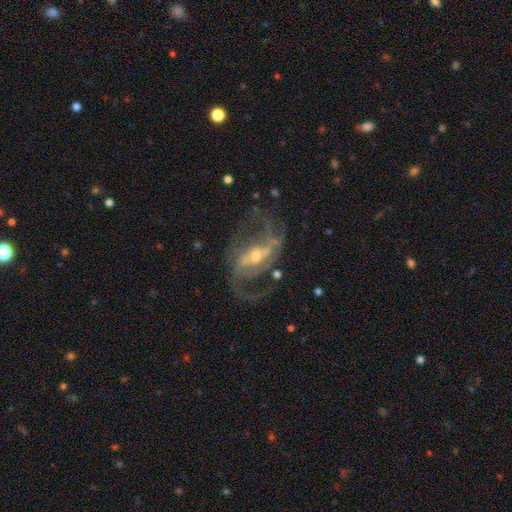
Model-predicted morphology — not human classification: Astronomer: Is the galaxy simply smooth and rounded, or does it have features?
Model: featured or disk — 89%.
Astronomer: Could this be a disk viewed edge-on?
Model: no — 96%.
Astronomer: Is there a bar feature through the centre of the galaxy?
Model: strong — 45% (runner-up: weak, 35%).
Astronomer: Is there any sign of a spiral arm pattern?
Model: yes — 94%.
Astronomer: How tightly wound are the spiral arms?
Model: medium — 45% (runner-up: loose, 43%).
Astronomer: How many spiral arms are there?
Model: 2 — 84%.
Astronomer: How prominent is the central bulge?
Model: small — 56% (runner-up: moderate, 39%).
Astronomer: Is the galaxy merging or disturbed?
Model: none — 60%.